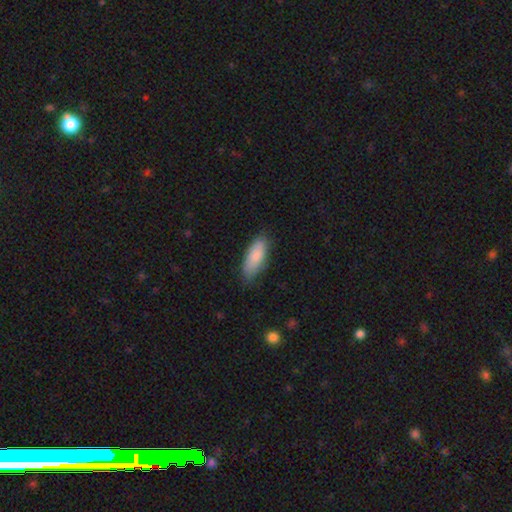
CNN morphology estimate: smooth-or-featured: smooth: 82% | featured or disk: 12% | star or artifact: 6%
  how-rounded: in between: 76% | cigar-shaped: 22% | round: 2%
  merging: none: 77% | minor disturbance: 19% | major disturbance: 3% | merger: 1%